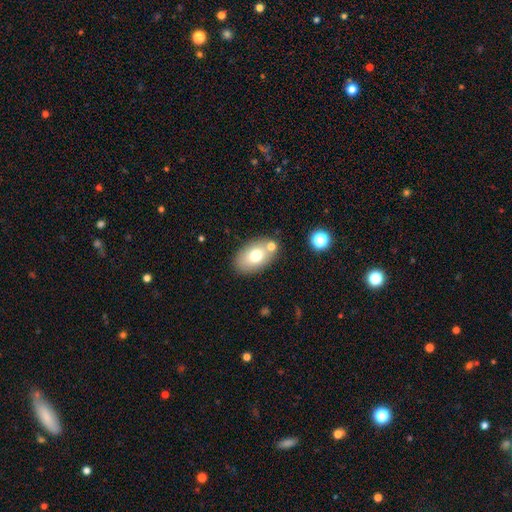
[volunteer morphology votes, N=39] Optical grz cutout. It shows a smooth galaxy with no disk features (64%) that is in between round and cigar-shaped (84%). Merging: none (69%).